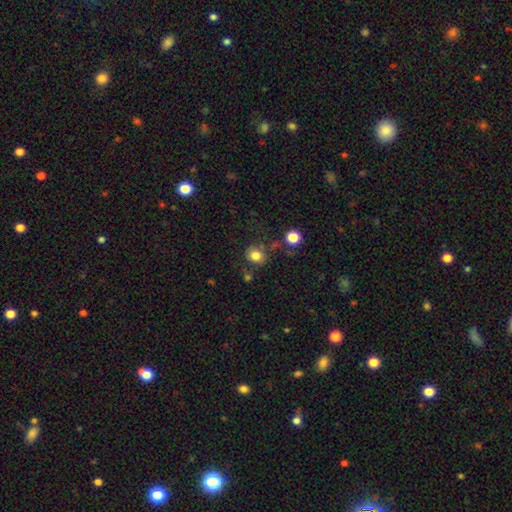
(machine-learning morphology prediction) Overall: smooth (80%). How rounded: round (73%). Merging: none (68%).